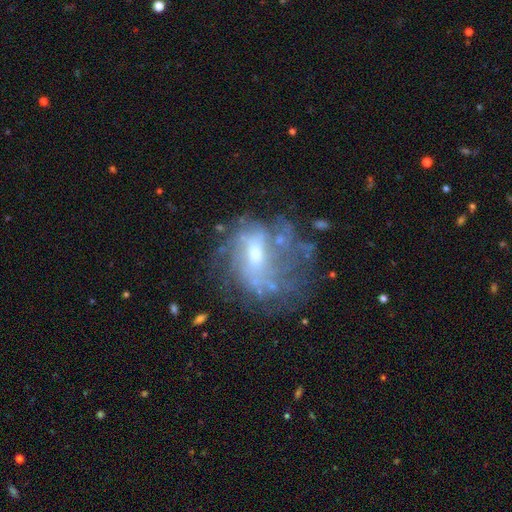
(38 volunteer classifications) This is likely a featured or disk galaxy (76%). It is clearly not viewed edge-on (97%). Bar: likely no (61%). Spiral arm pattern: possibly no (57%). Central bulge: marginally moderate (39%, tied with small). Merging: possibly major disturbance (51%).